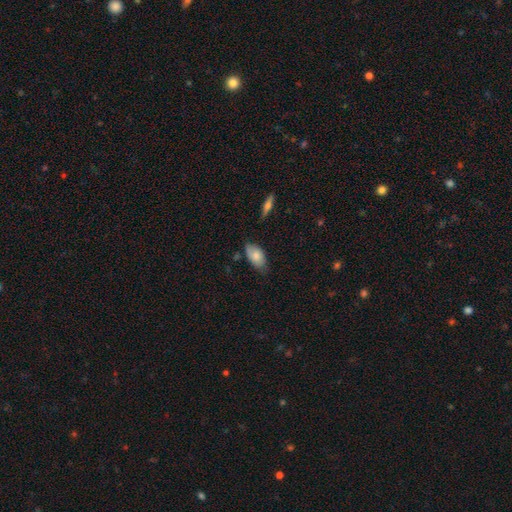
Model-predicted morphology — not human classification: A smooth galaxy with no disk features (78%) that is in between round and cigar-shaped (93%). Merging: none (64%).